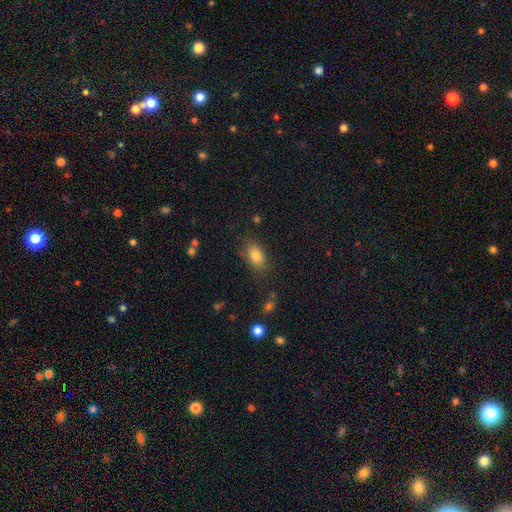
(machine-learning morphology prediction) This is clearly a smooth galaxy (82%). How rounded: clearly in between (87%). Merging: likely none (79%).